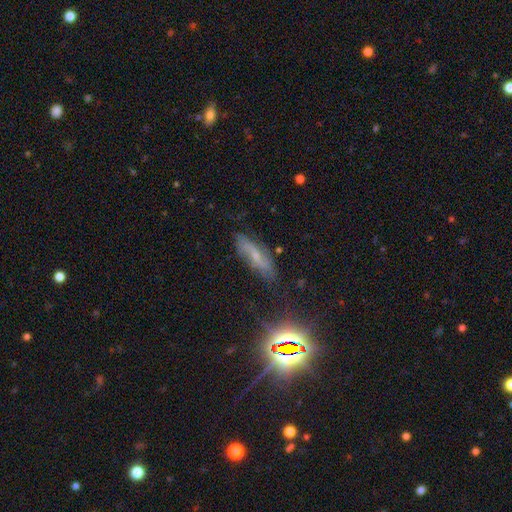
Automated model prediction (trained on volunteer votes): smooth-or-featured: featured or disk: 49% | smooth: 32% | star or artifact: 19%
  merging: none: 72% | minor disturbance: 20% | major disturbance: 6% | merger: 3%